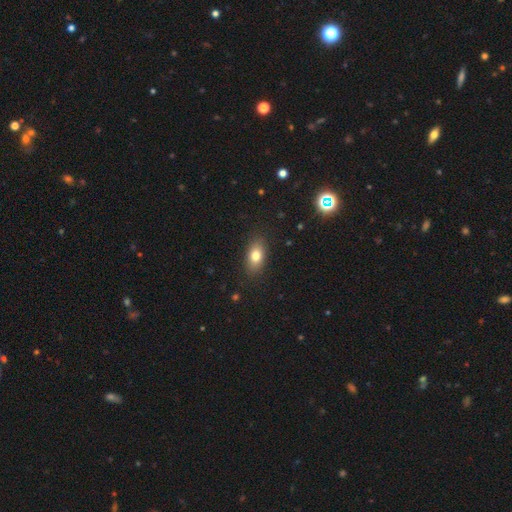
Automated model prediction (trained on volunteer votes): The model was most divided on "smooth or featured": smooth: 78%, featured or disk: 13%, star or artifact: 9%. More confident: merging — none (86%); how rounded — in between (86%).